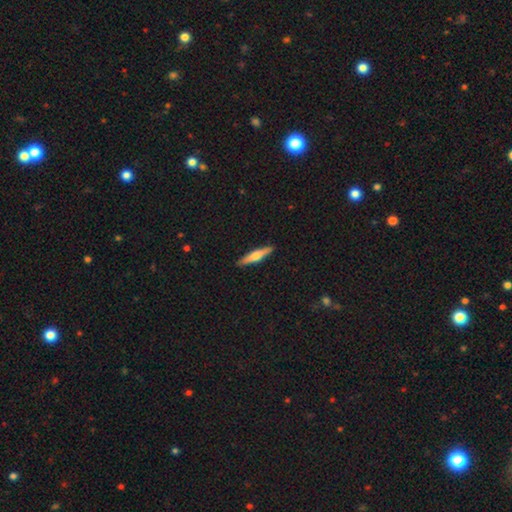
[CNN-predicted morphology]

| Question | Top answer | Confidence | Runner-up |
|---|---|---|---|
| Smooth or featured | featured or disk | 49% | smooth (45%) |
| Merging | none | 91% | minor disturbance (6%) |